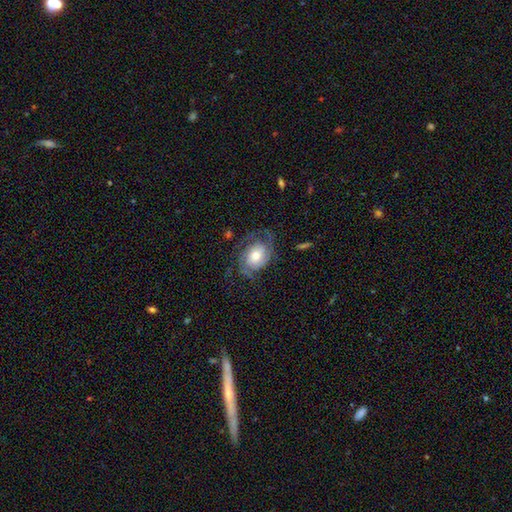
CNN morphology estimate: smooth_or_featured: featured or disk (p=0.82) [alt: smooth p=0.12]
disk_edge_on: no (p=0.97) [alt: yes p=0.03]
bar: no (p=0.69) [alt: weak p=0.26]
has_spiral_arms: yes (p=0.95) [alt: no p=0.05]
spiral_winding: tight (p=0.44) [alt: medium p=0.41]
spiral_arm_count: 2 (p=0.51) [alt: 3 p=0.19]
bulge_size: moderate (p=0.55) [alt: large p=0.25]
merging: none (p=0.65) [alt: minor disturbance p=0.18]